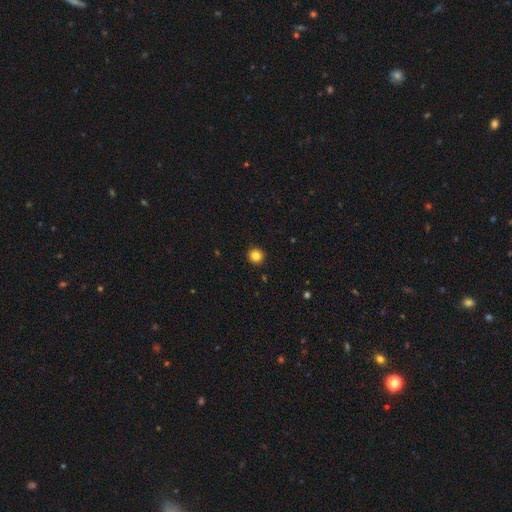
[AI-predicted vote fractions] Morphology: type=smooth (84%); roundness=round (93%); merging=none (93%).